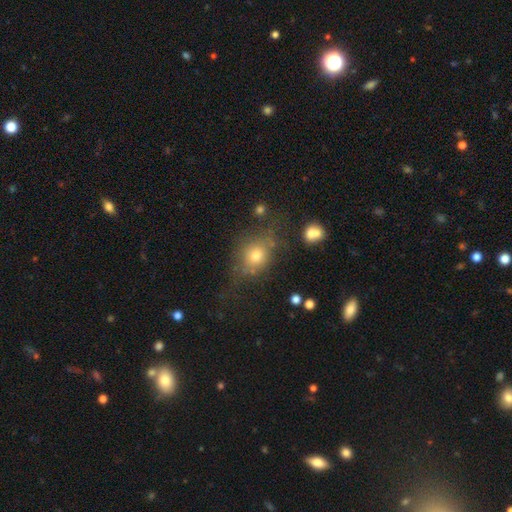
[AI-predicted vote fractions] Smooth or featured? smooth (70%)
How rounded? round (61%)
Merging? none (62%)